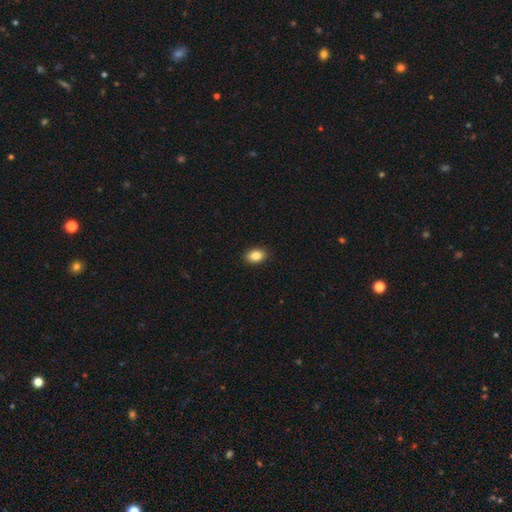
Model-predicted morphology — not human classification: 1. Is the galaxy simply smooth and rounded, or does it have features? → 87% smooth, 8% star or artifact, 5% featured or disk.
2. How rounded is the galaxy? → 82% in between, 17% round, 1% cigar-shaped.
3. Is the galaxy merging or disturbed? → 91% none, 7% minor disturbance, 2% major disturbance, 1% merger.